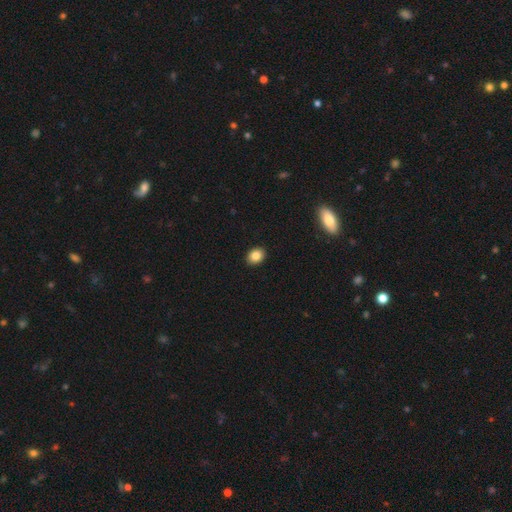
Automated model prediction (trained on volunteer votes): smooth 85%, star or artifact 9%, featured or disk 5%. Down the decision tree: how rounded — in between (60%); merging — none (91%).